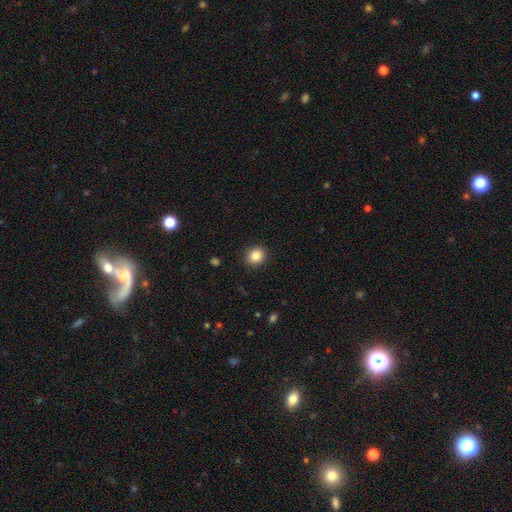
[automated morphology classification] Smooth or featured? smooth (86%)
How rounded? round (80%)
Merging? none (91%)